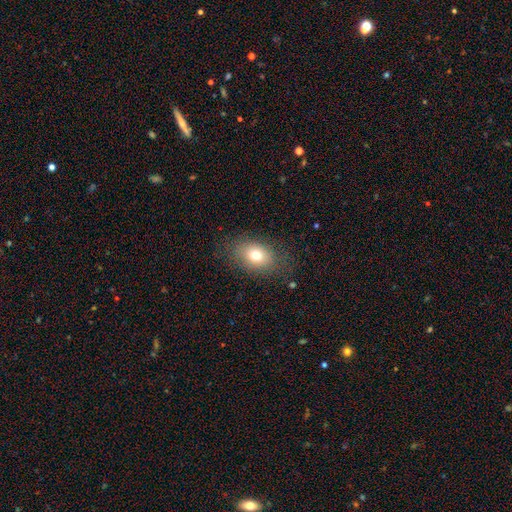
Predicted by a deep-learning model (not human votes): Q: Smooth or featured?
A: smooth (74%); runner-up: featured or disk (15%)
Q: How rounded?
A: in between (76%); runner-up: round (23%)
Q: Merging?
A: none (80%); runner-up: minor disturbance (13%)